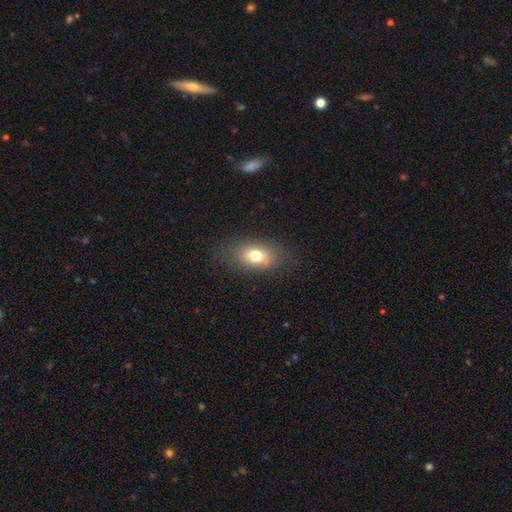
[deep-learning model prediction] Smooth or featured: smooth — 72% (featured or disk — 17%)
How rounded: in between — 83% (round — 14%)
Merging: none — 76% (minor disturbance — 16%)